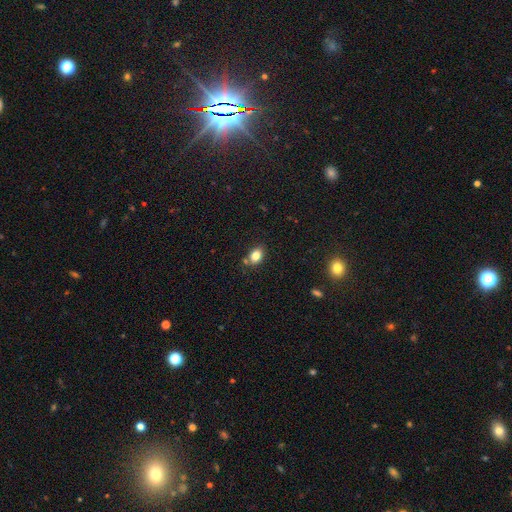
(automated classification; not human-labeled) smooth-or-featured: smooth: 81% | star or artifact: 11% | featured or disk: 8%
  how-rounded: in between: 76% | round: 22% | cigar-shaped: 2%
  merging: none: 75% | minor disturbance: 13% | merger: 8% | major disturbance: 3%